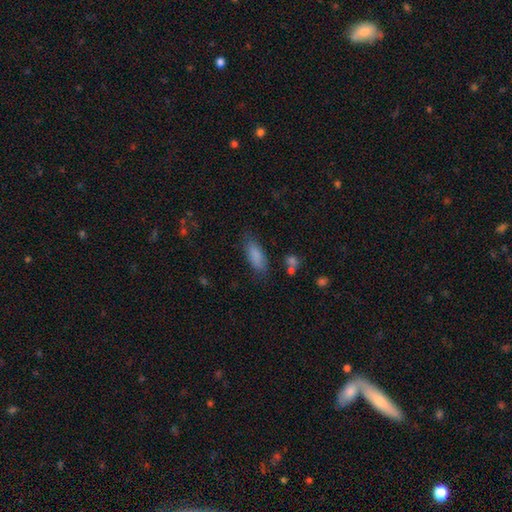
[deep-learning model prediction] smooth 85%, star or artifact 7%, featured or disk 7%. Down the decision tree: how rounded — in between (76%); merging — none (78%).